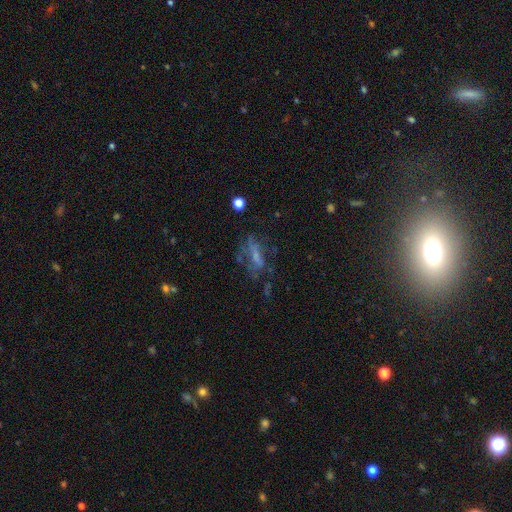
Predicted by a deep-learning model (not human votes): This is possibly a featured or disk galaxy (49%). Merging: marginally none (43%).